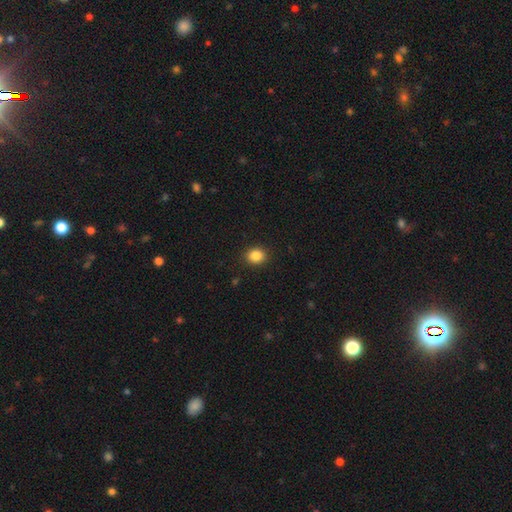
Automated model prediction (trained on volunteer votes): Smooth or featured?
  - smooth: 86% *
  - star or artifact: 10%
  - featured or disk: 4%
How rounded?
  - round: 67% *
  - in between: 32%
  - cigar-shaped: 1%
Merging?
  - none: 91% *
  - minor disturbance: 6%
  - major disturbance: 2%
  - merger: 1%